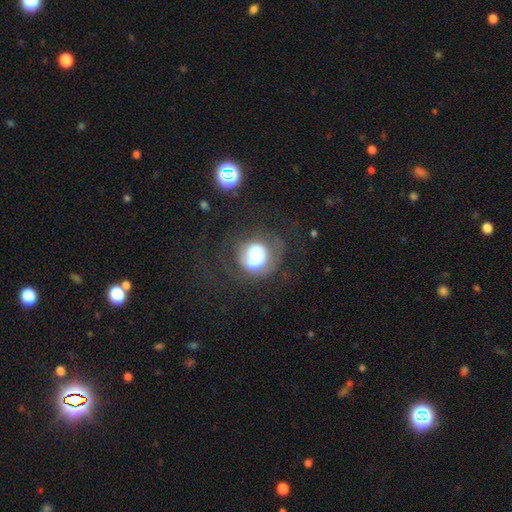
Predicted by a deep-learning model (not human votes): Smooth or featured? Predicted: smooth (p=0.45, tied with featured or disk). Merging? Predicted: none (p=0.60).